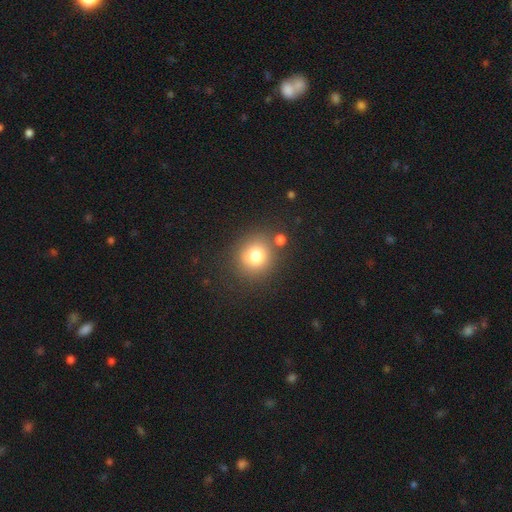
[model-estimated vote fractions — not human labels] Morphology: type=smooth (77%); roundness=round (87%); merging=none (77%).